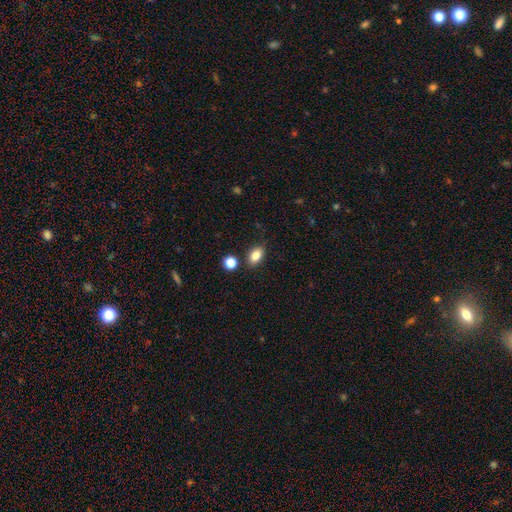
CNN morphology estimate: The model was most divided on "how rounded": in between: 82%, round: 16%, cigar-shaped: 2%. More confident: smooth or featured — smooth (83%); merging — none (80%).